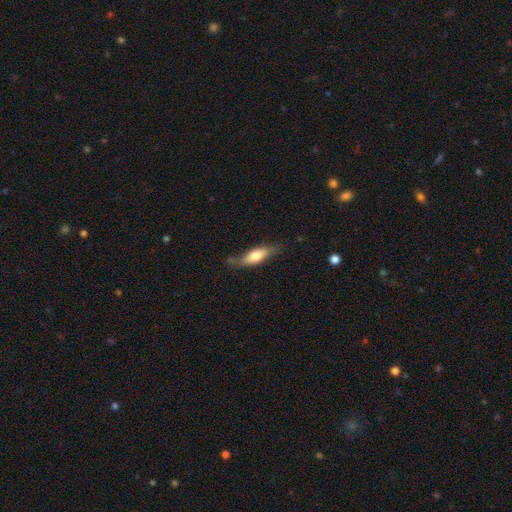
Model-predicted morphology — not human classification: Overall: smooth (60%; featured or disk 34%). How rounded: in between (60%; cigar-shaped 37%). Merging: none (56%; minor disturbance 30%).